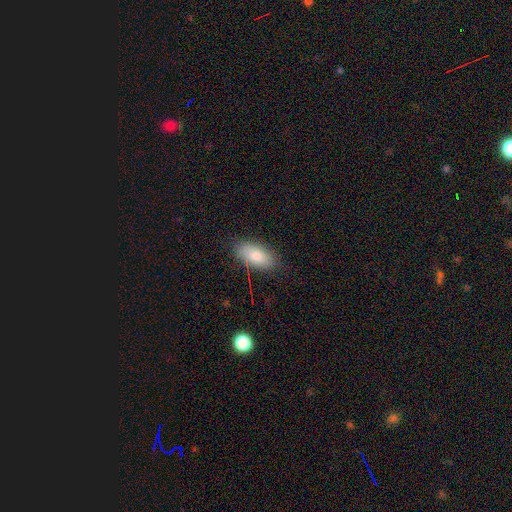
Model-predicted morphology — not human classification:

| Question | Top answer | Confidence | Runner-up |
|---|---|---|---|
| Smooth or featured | smooth | 81% | featured or disk (12%) |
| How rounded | in between | 90% | cigar-shaped (7%) |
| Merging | none | 82% | minor disturbance (14%) |